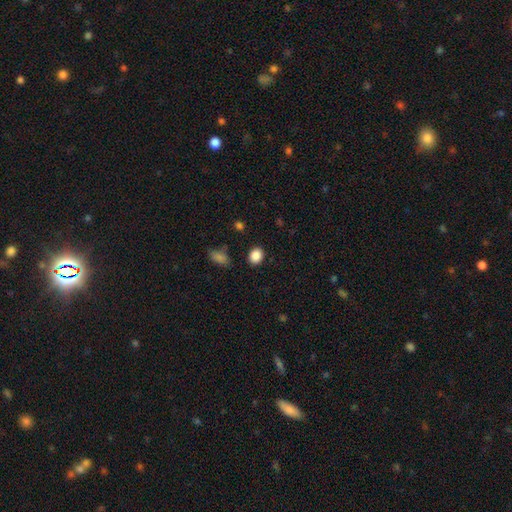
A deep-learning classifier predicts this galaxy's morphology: Smooth or featured? Predicted: smooth (p=0.87). How rounded? Predicted: round (p=0.56). Merging? Predicted: none (p=0.87).